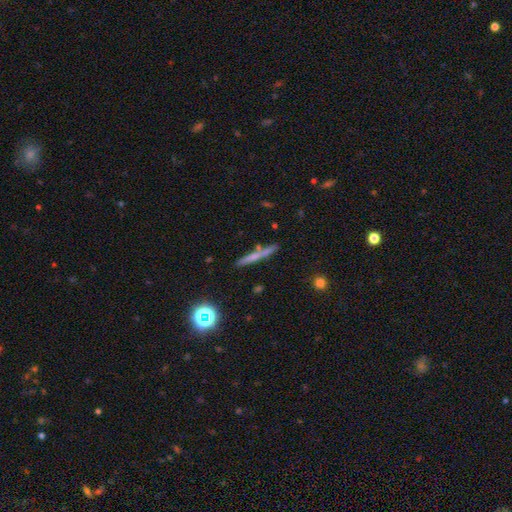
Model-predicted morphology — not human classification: This is possibly a featured or disk galaxy (46%). Merging: clearly none (81%).